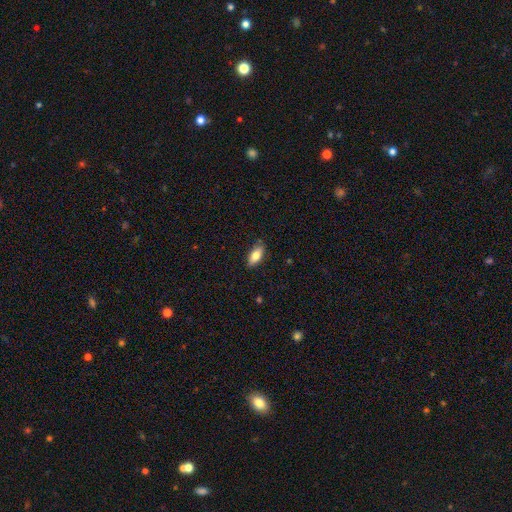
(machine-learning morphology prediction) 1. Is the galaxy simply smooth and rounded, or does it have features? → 76% smooth, 18% featured or disk, 7% star or artifact.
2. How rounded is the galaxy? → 81% in between, 17% cigar-shaped, 3% round.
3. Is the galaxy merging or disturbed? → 85% none, 12% minor disturbance, 2% major disturbance, 1% merger.